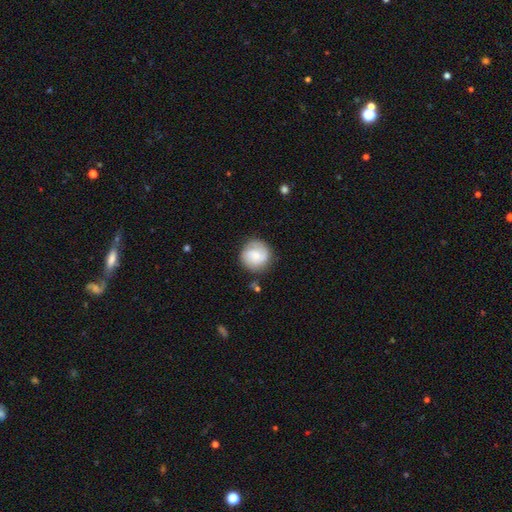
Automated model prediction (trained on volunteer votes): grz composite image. It shows a smooth galaxy with no disk features (54%) that is round (91%). Merging: none (78%).